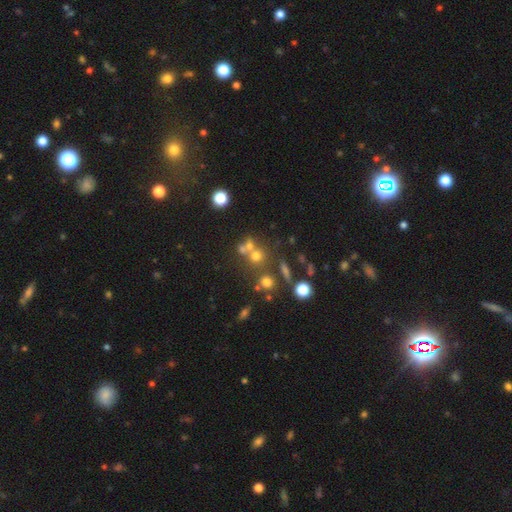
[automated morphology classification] A smooth galaxy with no disk features (55%) that is round (84%).

Vote fractions:
- Smooth or featured? smooth: 55% / star or artifact: 26% / featured or disk: 19%
- How rounded? round: 84% / in between: 15% / cigar-shaped: 1%
- Merging? none: 50% / merger: 36% / minor disturbance: 8% / major disturbance: 5%